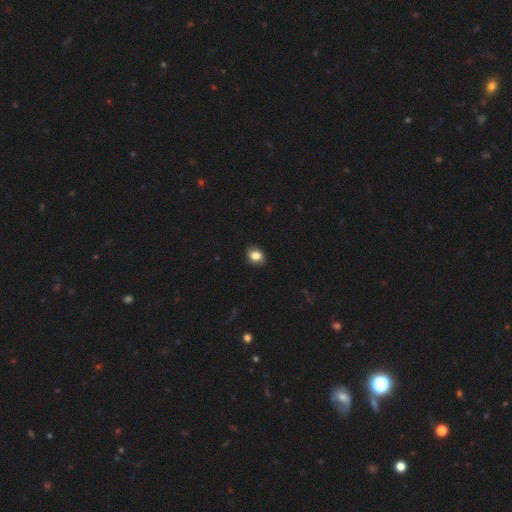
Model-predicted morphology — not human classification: type=smooth (81%); roundness=in between (54%); merging=none (83%).